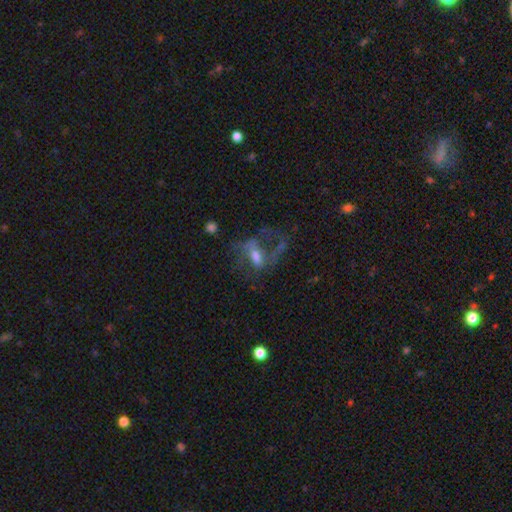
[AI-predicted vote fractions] smooth-or-featured: featured or disk: 59% | smooth: 29% | star or artifact: 12%
  disk-edge-on: no: 94% | yes: 6%
    bar: weak: 41% | no: 39% | strong: 21%
    has-spiral-arms: yes: 57% | no: 43%
    bulge-size: moderate: 52% | small: 25% | large: 13% | none: 9% | dominant: 2%
  merging: major disturbance: 53% | none: 28% | minor disturbance: 14% | merger: 5%